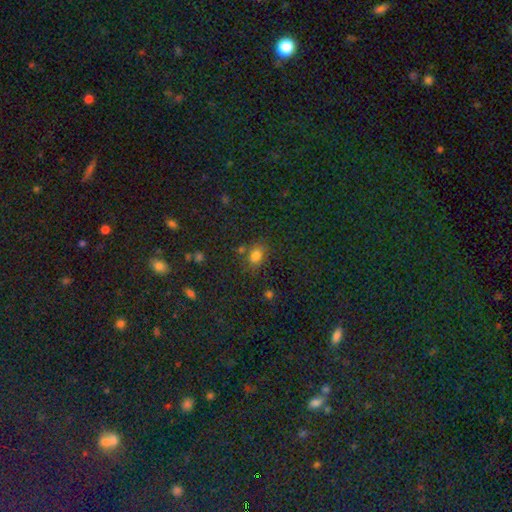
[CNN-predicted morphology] Overall: smooth (73%). How rounded: in between (65%; round 33%). Merging: none (69%).